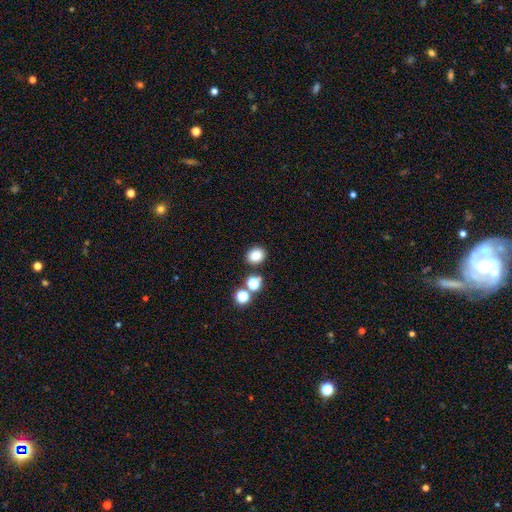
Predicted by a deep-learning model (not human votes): smooth 82%, star or artifact 13%, featured or disk 5%. Down the decision tree: how rounded — round (63%); merging — none (84%).